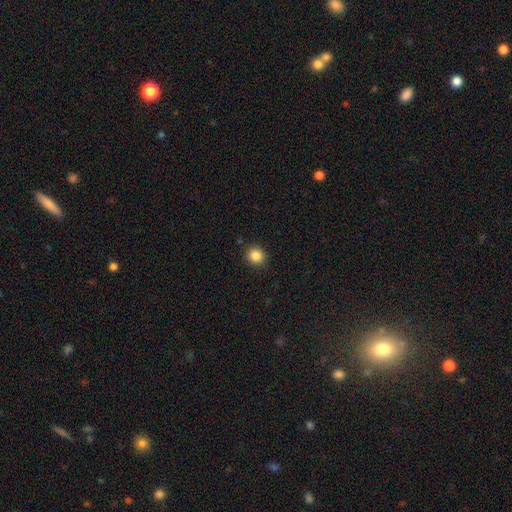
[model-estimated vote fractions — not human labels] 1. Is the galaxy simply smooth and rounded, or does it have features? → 86% smooth, 10% star or artifact, 4% featured or disk.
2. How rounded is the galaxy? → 82% round, 17% in between, 1% cigar-shaped.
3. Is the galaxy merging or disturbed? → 90% none, 7% minor disturbance, 2% major disturbance, 1% merger.